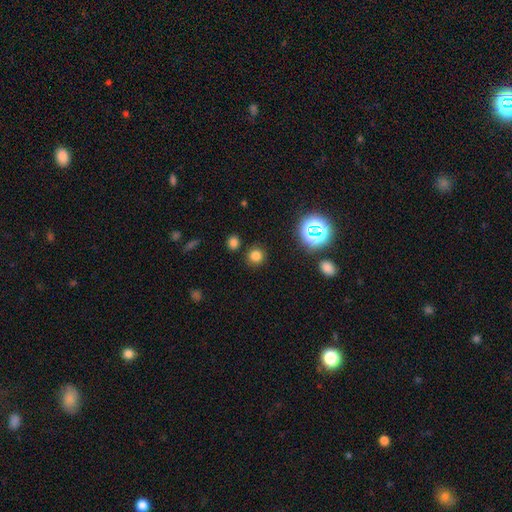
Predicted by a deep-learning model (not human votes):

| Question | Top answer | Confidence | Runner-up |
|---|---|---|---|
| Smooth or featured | smooth | 75% | star or artifact (20%) |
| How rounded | round | 91% | in between (8%) |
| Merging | none | 86% | minor disturbance (7%) |